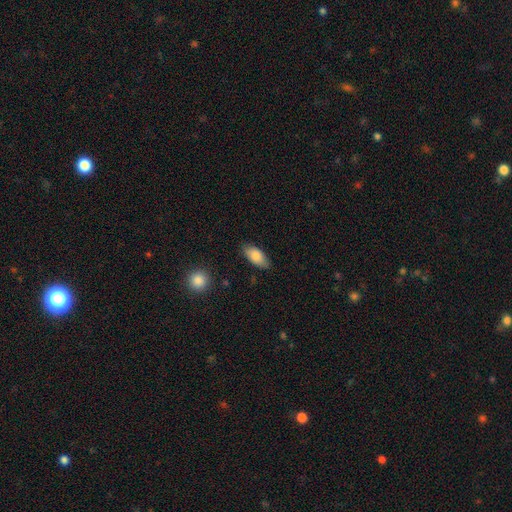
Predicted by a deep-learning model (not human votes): smooth_or_featured: smooth (p=0.84) [alt: featured or disk p=0.10]
how_rounded: in between (p=0.89) [alt: cigar-shaped p=0.09]
merging: none (p=0.82) [alt: minor disturbance p=0.14]